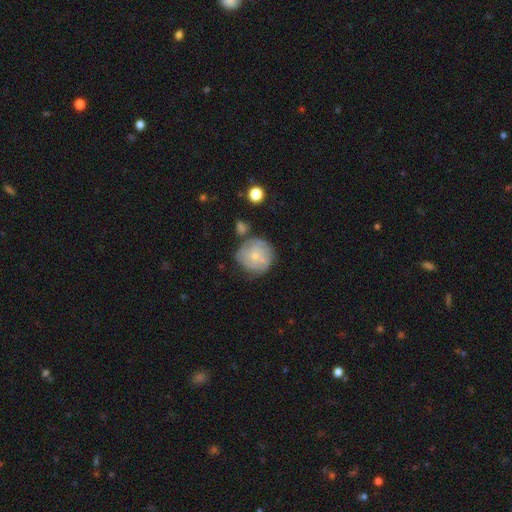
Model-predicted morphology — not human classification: The model was most divided on "smooth or featured": smooth: 47%, featured or disk: 46%, star or artifact: 8%. More confident: merging — none (59%).